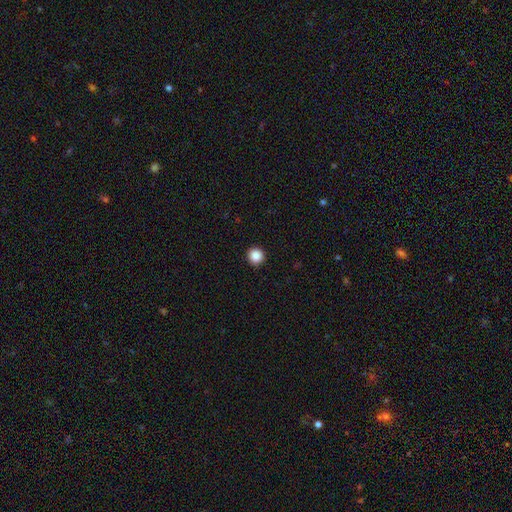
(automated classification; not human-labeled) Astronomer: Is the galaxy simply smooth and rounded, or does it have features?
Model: smooth — 88%.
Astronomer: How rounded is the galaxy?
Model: round — 95%.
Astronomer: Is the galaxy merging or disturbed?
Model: none — 93%.